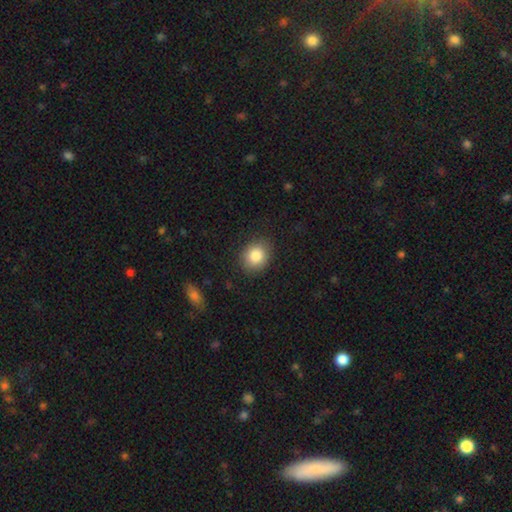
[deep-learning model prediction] Smooth or featured: smooth — 85% (star or artifact — 9%)
How rounded: round — 71% (in between — 28%)
Merging: none — 87% (minor disturbance — 10%)